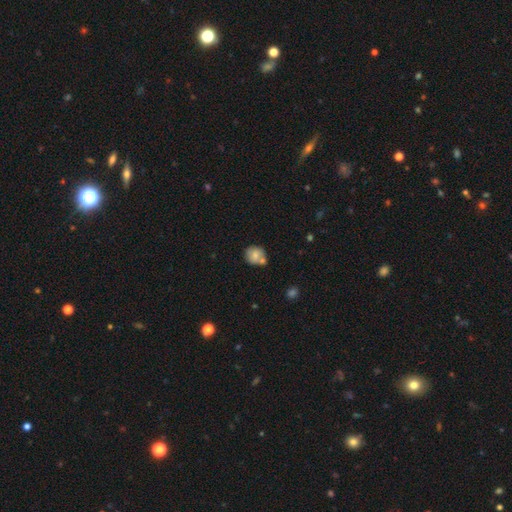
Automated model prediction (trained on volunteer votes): The model was most divided on "merging": none: 51%, merger: 29%, minor disturbance: 16%, major disturbance: 4%. More confident: how rounded — round (78%); smooth or featured — smooth (75%).